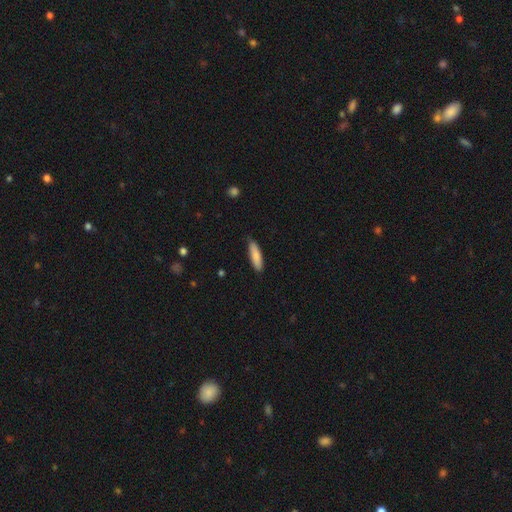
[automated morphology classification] This appears to be a smooth galaxy with no disk features (85%) that is cigar-shaped (67%). Merging: none (84%).